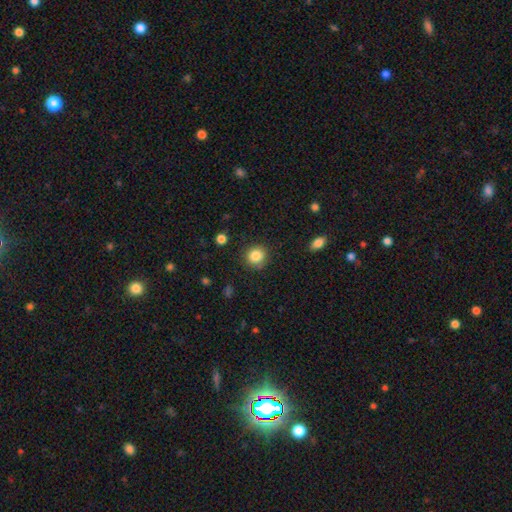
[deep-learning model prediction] Overall: smooth (85%). How rounded: round (88%). Merging: none (88%).